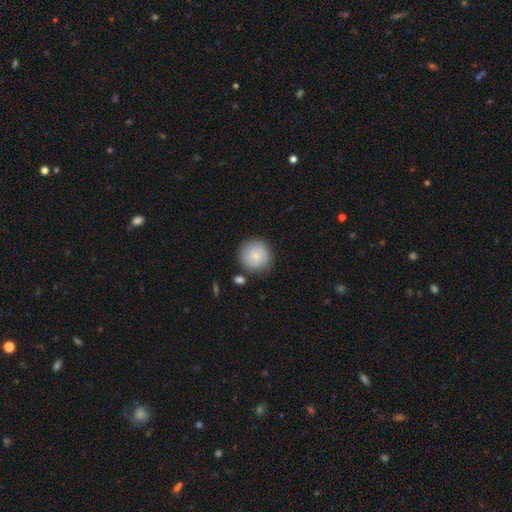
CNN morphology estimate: Overall: smooth (82%). How rounded: round (94%). Merging: none (81%).